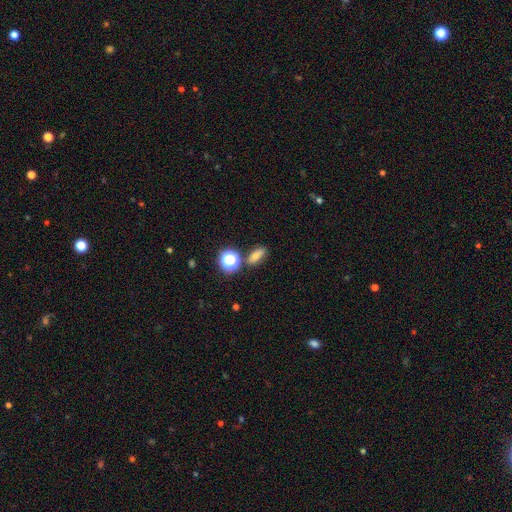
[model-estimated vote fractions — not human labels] Morphology: type=smooth (69%); roundness=in between (66%); merging=none (75%).